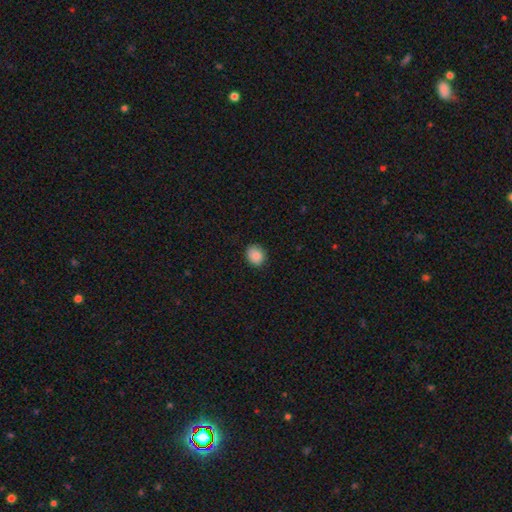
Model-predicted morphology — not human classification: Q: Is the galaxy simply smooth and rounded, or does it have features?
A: smooth — 87%.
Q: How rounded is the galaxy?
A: round — 64%.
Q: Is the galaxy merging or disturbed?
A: none — 86%.